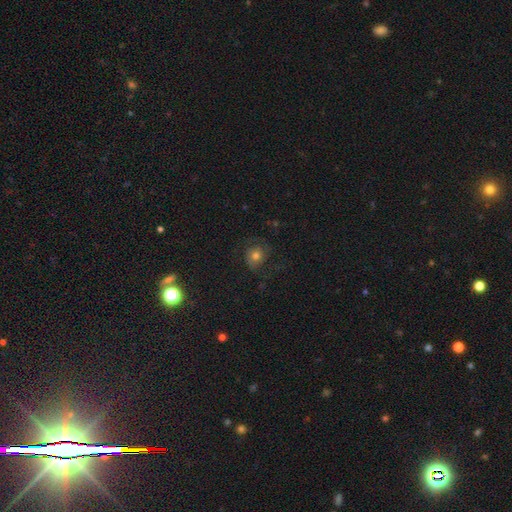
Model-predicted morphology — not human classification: Smooth or featured?
  - smooth: 48% *
  - featured or disk: 39%
  - star or artifact: 12%
Merging?
  - none: 63% *
  - minor disturbance: 19%
  - major disturbance: 17%
  - merger: 1%